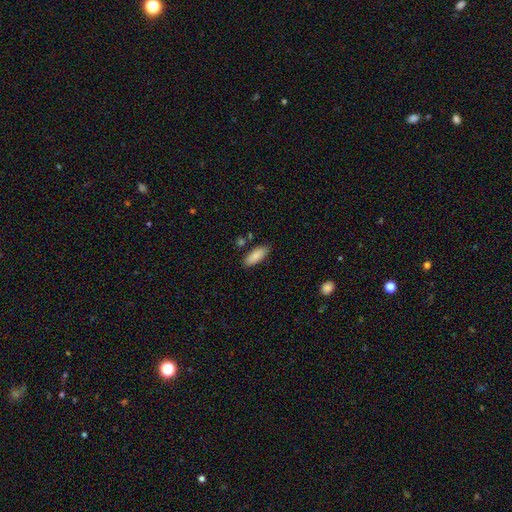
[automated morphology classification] Overall: smooth (87%). How rounded: in between (76%). Merging: none (82%).